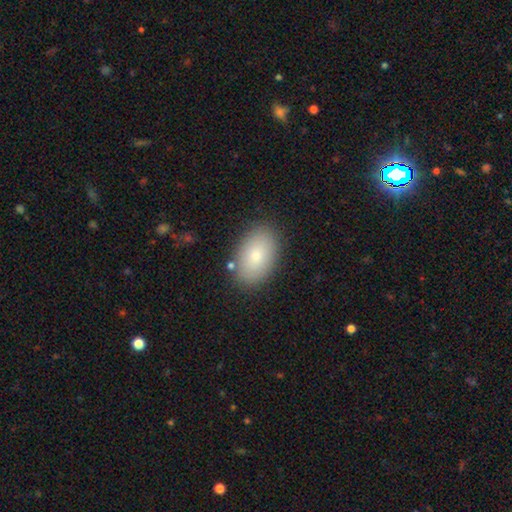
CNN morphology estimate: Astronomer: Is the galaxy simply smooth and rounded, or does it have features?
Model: smooth — 78%.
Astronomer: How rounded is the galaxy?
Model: in between — 91%.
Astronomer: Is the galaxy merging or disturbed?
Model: none — 85%.